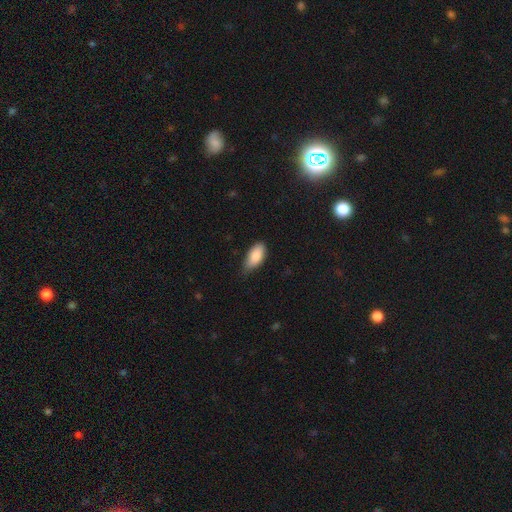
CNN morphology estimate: smooth 86%, featured or disk 7%, star or artifact 7%. Down the decision tree: how rounded — in between (91%); merging — none (63%).